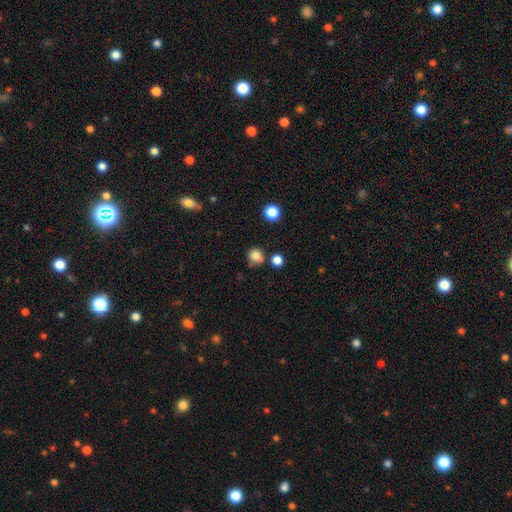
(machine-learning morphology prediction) This appears to be a smooth galaxy with no disk features (81%) that is round (89%). Merging: none (73%).